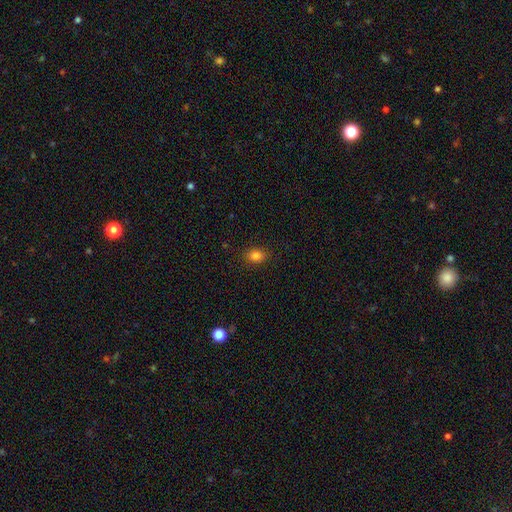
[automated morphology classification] This appears to be a smooth galaxy with no disk features (83%) that is in between round and cigar-shaped (68%). Merging: none (88%).